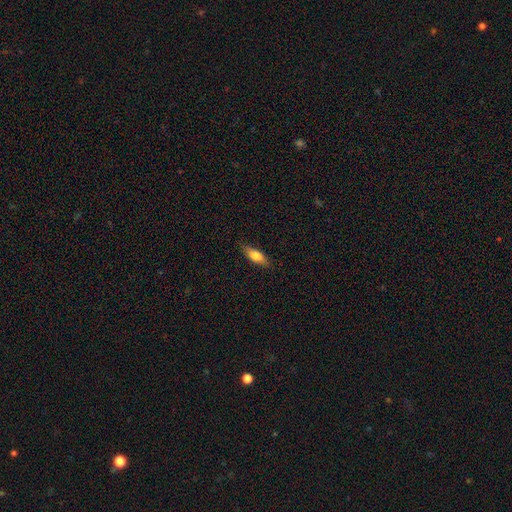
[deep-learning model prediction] Morphology: type=smooth (71%); roundness=in between (61%); merging=none (82%).